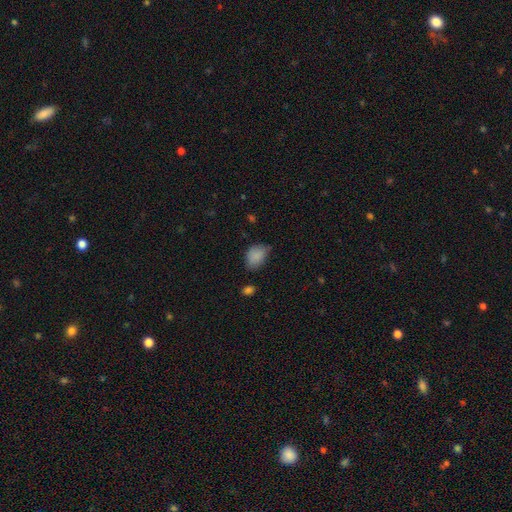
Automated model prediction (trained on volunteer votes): Smooth or featured: smooth — 85% (star or artifact — 9%)
How rounded: in between — 74% (round — 25%)
Merging: none — 55% (minor disturbance — 35%)